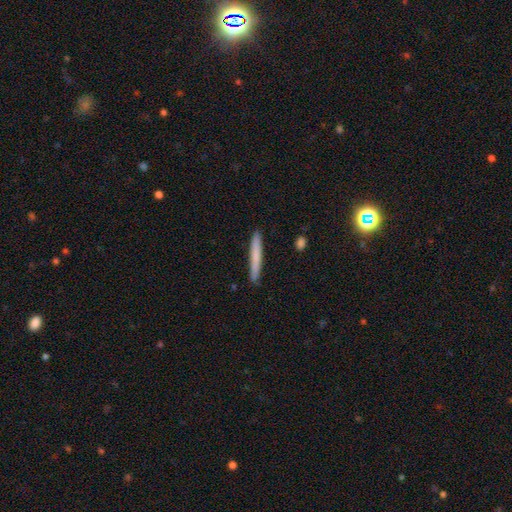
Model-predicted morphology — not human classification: The model was most divided on "smooth or featured": smooth: 72%, featured or disk: 23%, star or artifact: 6%. More confident: how rounded — cigar-shaped (96%); merging — none (90%).